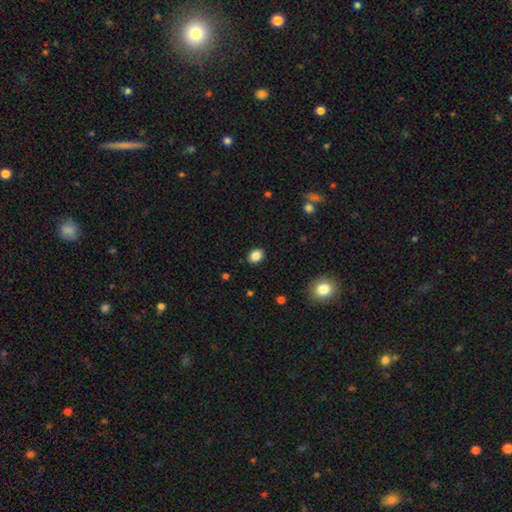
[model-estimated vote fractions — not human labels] smooth 85%, star or artifact 10%, featured or disk 4%. Down the decision tree: how rounded — in between (59%); merging — none (88%).